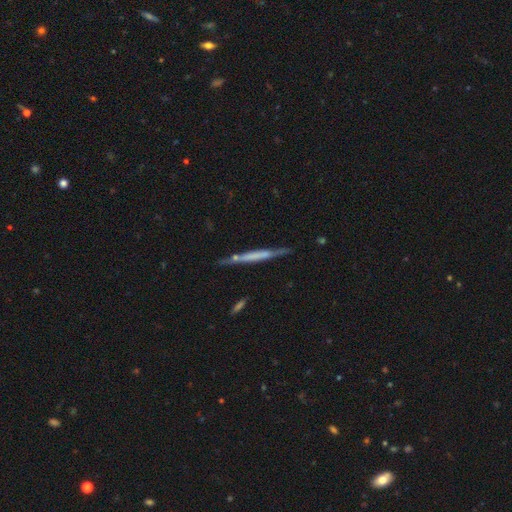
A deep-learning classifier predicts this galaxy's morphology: This appears to be a featured or disk galaxy (59%) viewed edge-on (95%) with no central bulge (65%). Merging: none (78%).